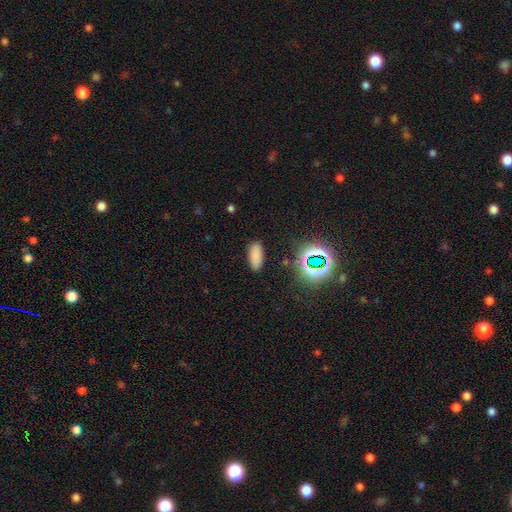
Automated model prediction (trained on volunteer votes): This is likely a smooth galaxy (79%). How rounded: clearly in between (82%). Merging: clearly none (87%).